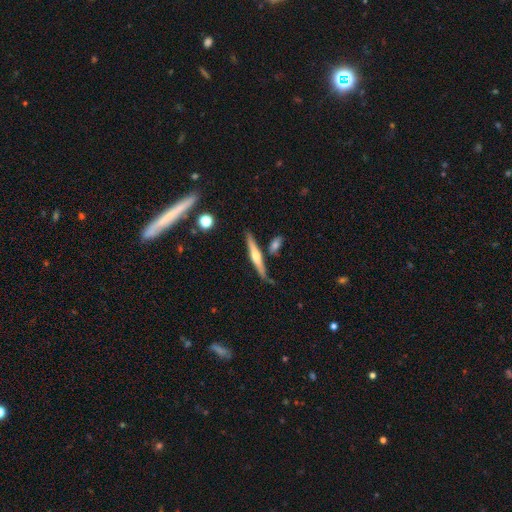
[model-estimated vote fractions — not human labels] smooth-or-featured: featured or disk: 62% | smooth: 32% | star or artifact: 6%
  disk-edge-on: yes: 96% | no: 4%
    edge-on-bulge: rounded: 83% | none: 10% | boxy: 7%
  merging: none: 78% | minor disturbance: 12% | merger: 8% | major disturbance: 2%